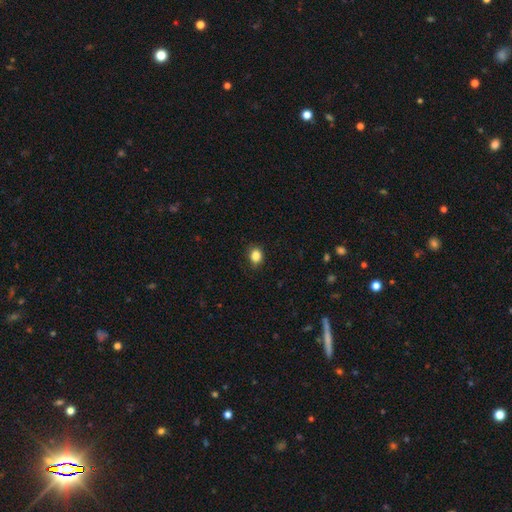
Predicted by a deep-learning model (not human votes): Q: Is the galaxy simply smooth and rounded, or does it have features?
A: smooth — 86%.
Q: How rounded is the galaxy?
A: in between — 50%.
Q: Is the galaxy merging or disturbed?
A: none — 82%.